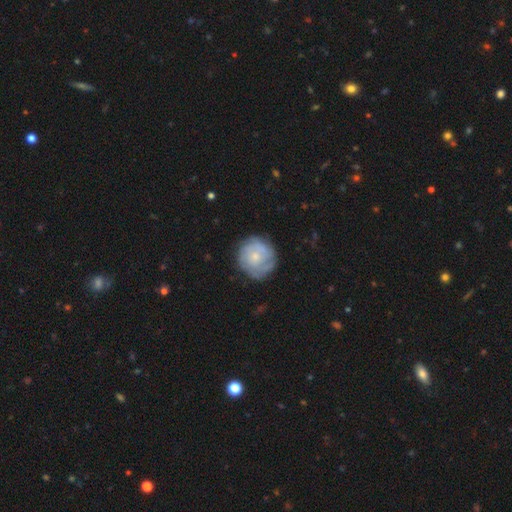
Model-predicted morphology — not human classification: The model was most divided on "smooth or featured": featured or disk: 57%, smooth: 37%, star or artifact: 6%. More confident: edge-on disk — no (98%); bar — no (82%); spiral arms — yes (77%); merging — none (75%); bulge size — small (64%).